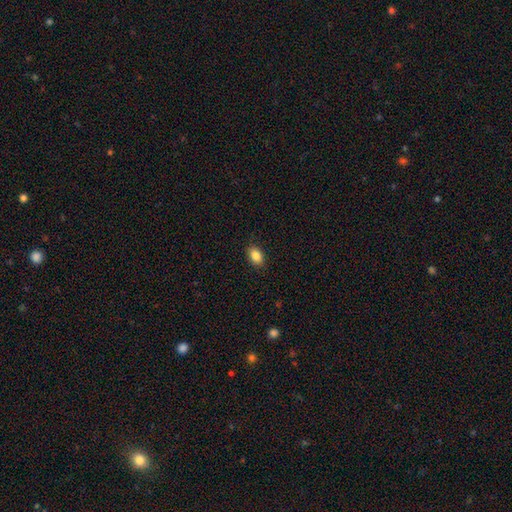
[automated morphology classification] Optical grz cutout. It shows a smooth galaxy with no disk features (87%) that is in between round and cigar-shaped (88%). Merging: none (88%).